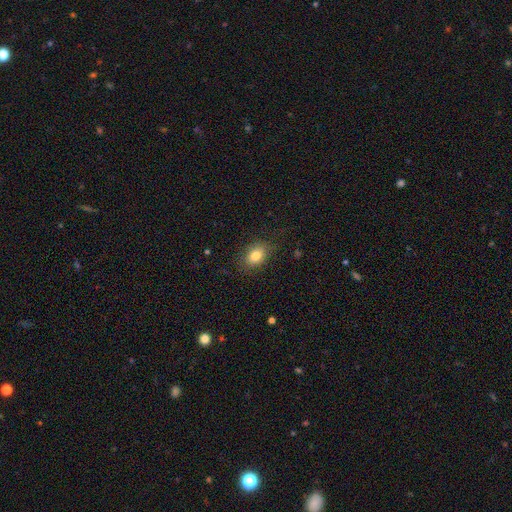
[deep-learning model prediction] A smooth galaxy with no disk features (81%) that is in between round and cigar-shaped (78%). Merging: none (82%).